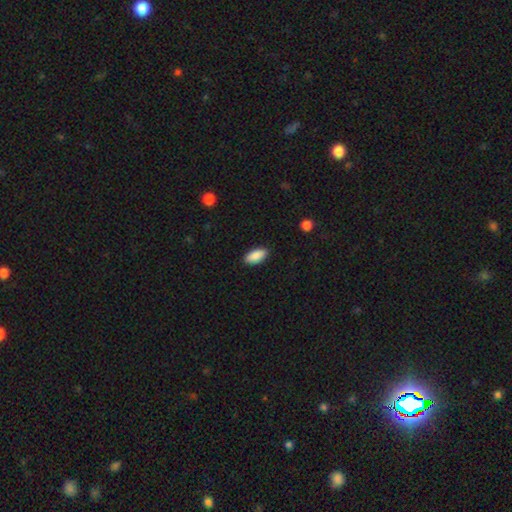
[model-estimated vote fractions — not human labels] Q: Smooth or featured?
A: smooth (89%); runner-up: star or artifact (6%)
Q: How rounded?
A: in between (88%); runner-up: cigar-shaped (10%)
Q: Merging?
A: none (89%); runner-up: minor disturbance (8%)